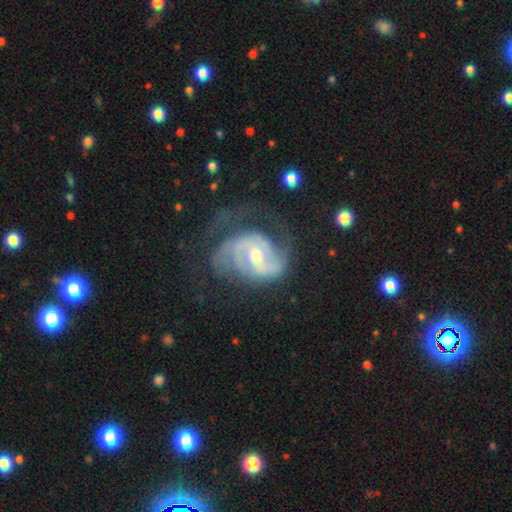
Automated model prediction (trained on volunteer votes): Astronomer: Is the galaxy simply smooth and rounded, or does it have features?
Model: featured or disk — 87%.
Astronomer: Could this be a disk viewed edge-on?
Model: no — 97%.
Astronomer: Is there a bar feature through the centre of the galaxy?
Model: weak — 41% (runner-up: no, 39%).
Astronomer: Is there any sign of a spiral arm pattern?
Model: yes — 93%.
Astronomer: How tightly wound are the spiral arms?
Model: medium — 41%, tied with tight at 41%.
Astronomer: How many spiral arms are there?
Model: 2 — 58%.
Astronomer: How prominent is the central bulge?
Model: moderate — 65%.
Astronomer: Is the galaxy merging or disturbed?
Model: none — 50% (runner-up: major disturbance, 26%).